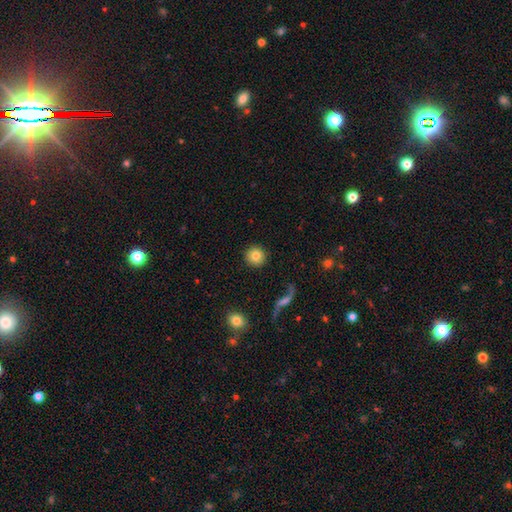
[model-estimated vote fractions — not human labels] smooth-or-featured: smooth: 81% | featured or disk: 11% | star or artifact: 8%
  how-rounded: round: 94% | in between: 5% | cigar-shaped: 1%
  merging: none: 91% | minor disturbance: 5% | major disturbance: 2% | merger: 1%